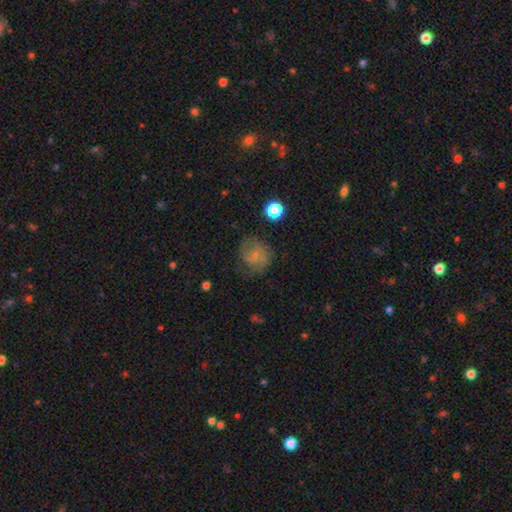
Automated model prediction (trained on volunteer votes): This is possibly a featured or disk galaxy (46%). Merging: possibly none (51%).